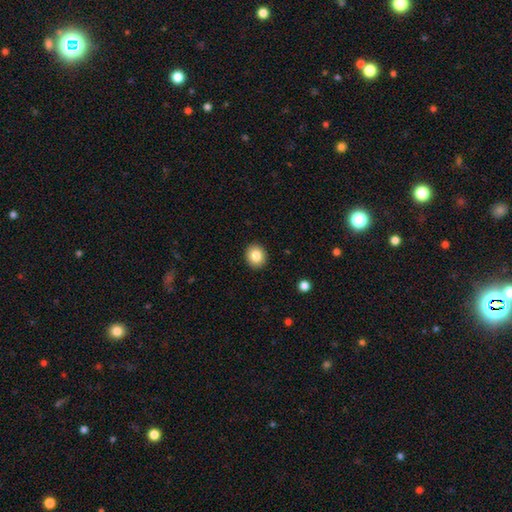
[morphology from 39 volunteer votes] Smooth or featured: smooth — 85% (featured or disk — 8%)
How rounded: round — 67% (in between — 33%)
Merging: none — 97% (minor disturbance — 3%)